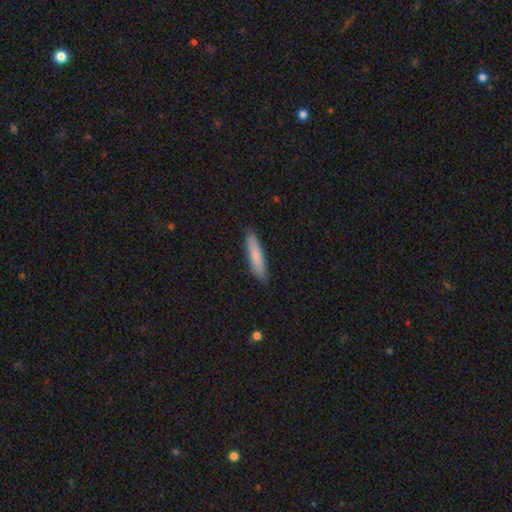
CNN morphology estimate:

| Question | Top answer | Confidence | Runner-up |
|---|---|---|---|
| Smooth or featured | smooth | 80% | featured or disk (14%) |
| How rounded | cigar-shaped | 84% | in between (14%) |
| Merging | none | 88% | minor disturbance (10%) |